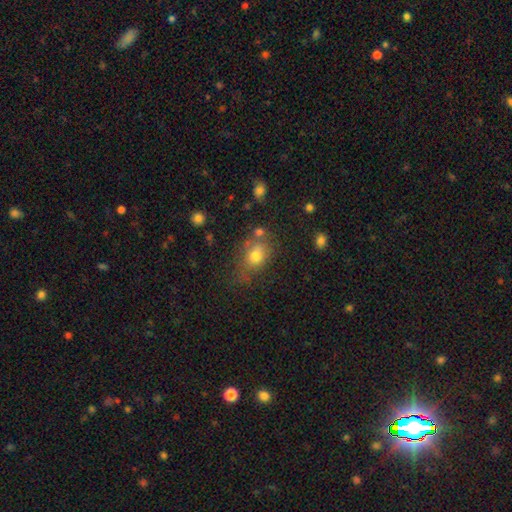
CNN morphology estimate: Smooth or featured: smooth — 75% (star or artifact — 13%)
How rounded: in between — 58% (round — 40%)
Merging: none — 57% (minor disturbance — 22%)